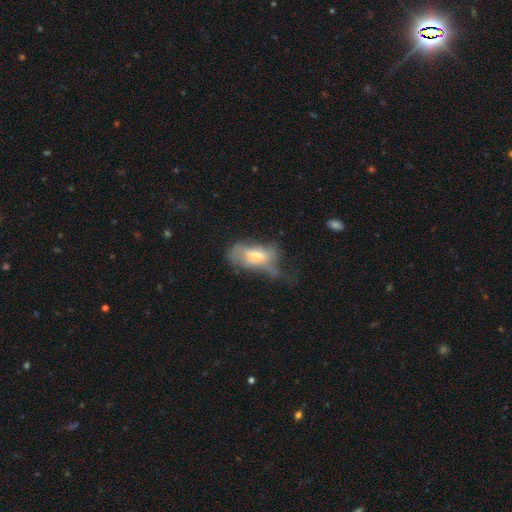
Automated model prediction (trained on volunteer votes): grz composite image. It shows a smooth galaxy with no disk features (52%) that is in between round and cigar-shaped (88%). Merging: major disturbance (39%).